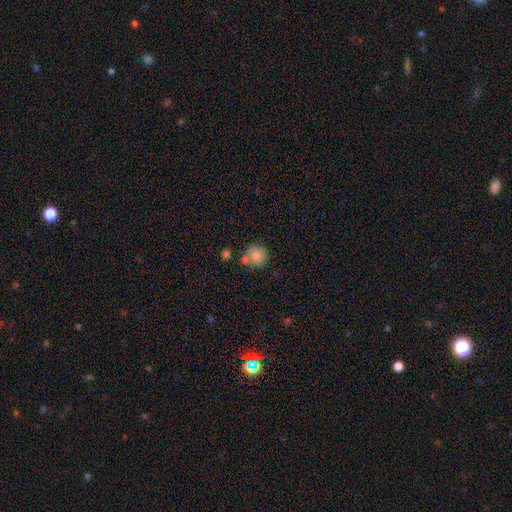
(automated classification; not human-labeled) Q: Smooth or featured?
A: smooth (80%); runner-up: featured or disk (11%)
Q: How rounded?
A: round (89%); runner-up: in between (10%)
Q: Merging?
A: none (64%); runner-up: merger (17%)